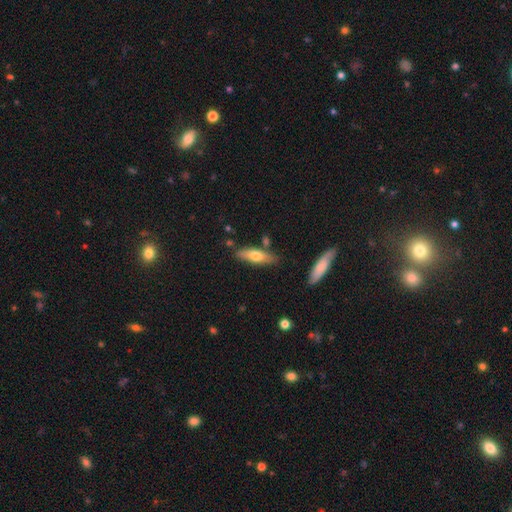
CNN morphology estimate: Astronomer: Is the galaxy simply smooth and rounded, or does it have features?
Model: smooth — 63%.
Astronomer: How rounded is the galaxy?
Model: cigar-shaped — 54% (runner-up: in between, 44%).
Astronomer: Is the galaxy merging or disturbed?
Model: none — 76%.